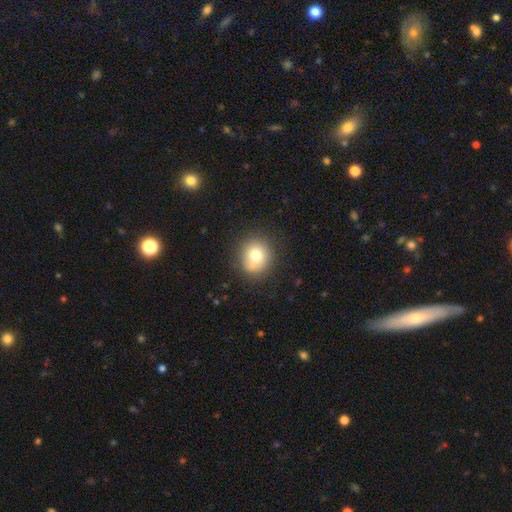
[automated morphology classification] smooth 74%, featured or disk 14%, star or artifact 11%. Down the decision tree: how rounded — round (83%); merging — none (72%).